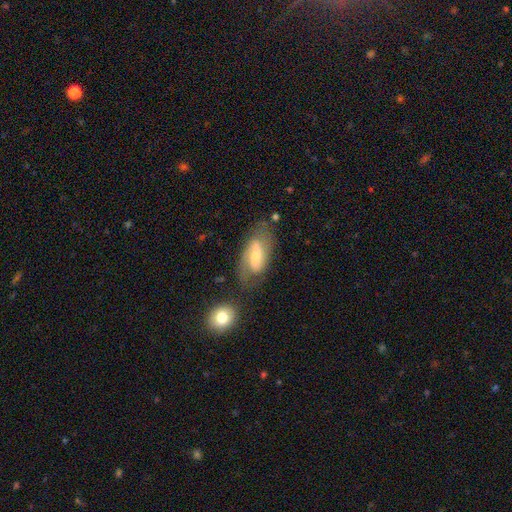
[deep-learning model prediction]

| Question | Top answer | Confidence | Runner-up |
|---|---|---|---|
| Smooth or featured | featured or disk | 61% | smooth (32%) |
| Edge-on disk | no | 91% | yes (9%) |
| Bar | weak | 41% | no (30%) |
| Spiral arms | yes | 83% | no (17%) |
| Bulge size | small | 50% | moderate (43%) |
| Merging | none | 60% | minor disturbance (22%) |